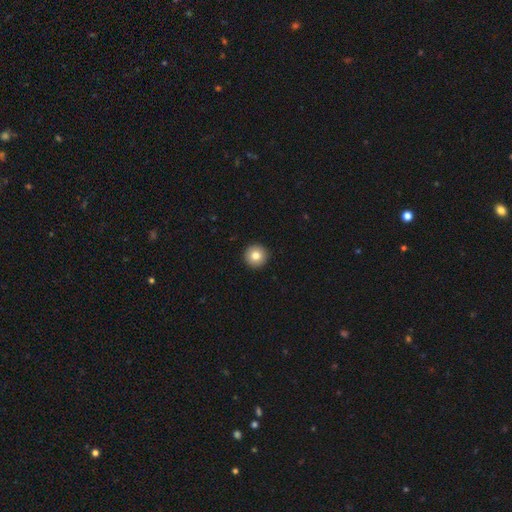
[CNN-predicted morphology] Smooth or featured? smooth (81%)
How rounded? round (96%)
Merging? none (94%)